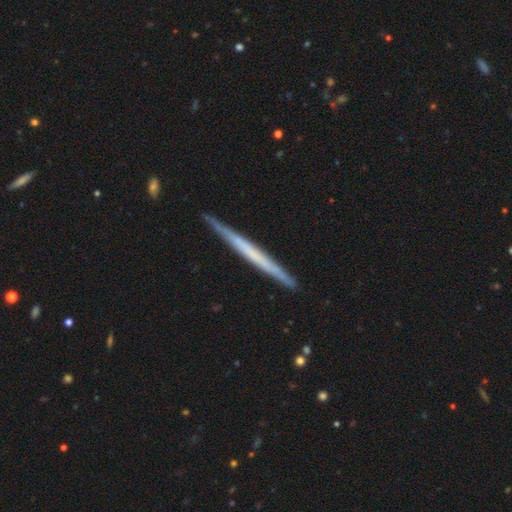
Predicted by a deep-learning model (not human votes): Overall: featured or disk (58%; smooth 37%). Edge-on disk: yes (97%). Edge-on bulge: none (90%). Merging: none (90%).